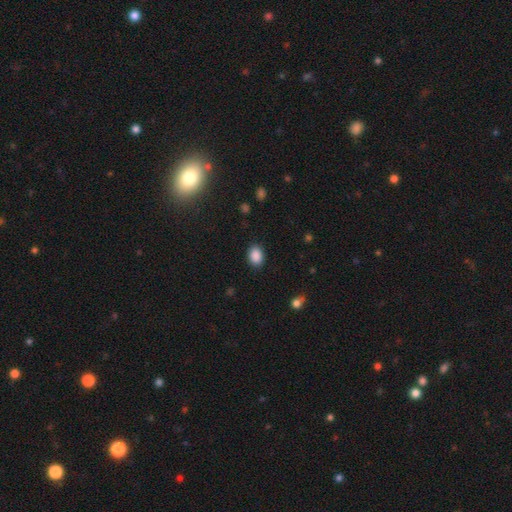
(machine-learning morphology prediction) This appears to be a smooth galaxy with no disk features (89%) that is in between round and cigar-shaped (72%). Merging: none (87%).